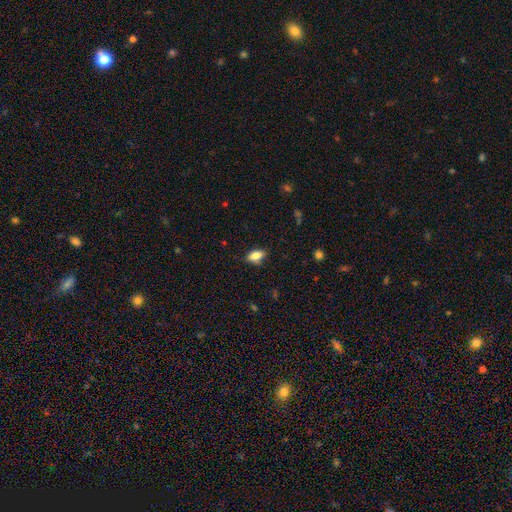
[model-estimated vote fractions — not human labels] A smooth galaxy with no disk features (81%) that is in between round and cigar-shaped (87%). Merging: none (80%).